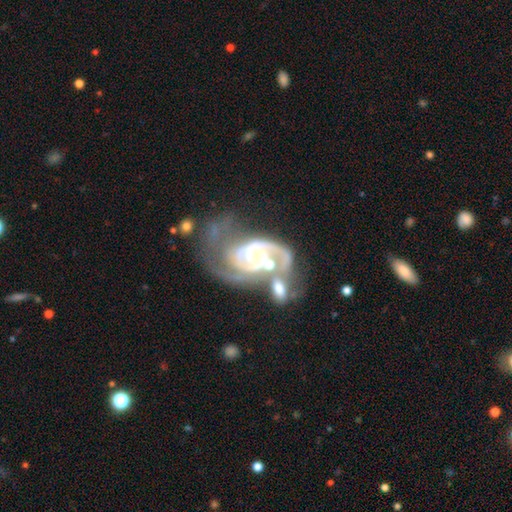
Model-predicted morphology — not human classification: A featured or disk galaxy (89%) with no bar (57%), 2 (62%) tight (48%) spiral arms (96%) and a small central bulge (47%). Merging: merger (46%).